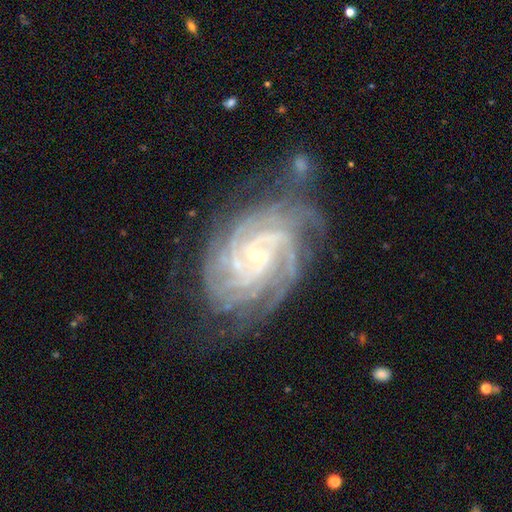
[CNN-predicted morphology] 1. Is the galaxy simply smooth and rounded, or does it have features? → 91% featured or disk, 6% star or artifact, 4% smooth.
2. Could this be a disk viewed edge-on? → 97% no, 3% yes.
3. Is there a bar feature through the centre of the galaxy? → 58% no, 29% weak, 13% strong.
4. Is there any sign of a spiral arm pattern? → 99% yes, 1% no.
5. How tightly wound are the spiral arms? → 78% tight, 19% medium, 3% loose.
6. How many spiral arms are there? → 34% 4, 17% 3, 15% can't tell, 15% more than 4, 11% 2, 7% 1.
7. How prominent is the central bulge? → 83% small, 13% moderate, 2% none, 1% large, 1% dominant.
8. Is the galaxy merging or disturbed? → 66% none, 21% minor disturbance, 10% major disturbance, 3% merger.